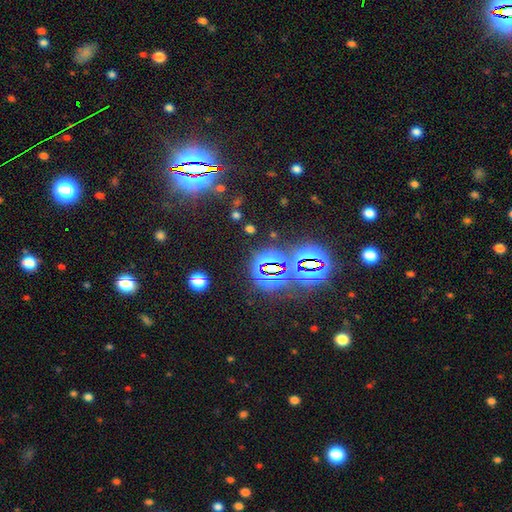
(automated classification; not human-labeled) Smooth or featured?
  - star or artifact: 80% *
  - smooth: 13%
  - featured or disk: 8%